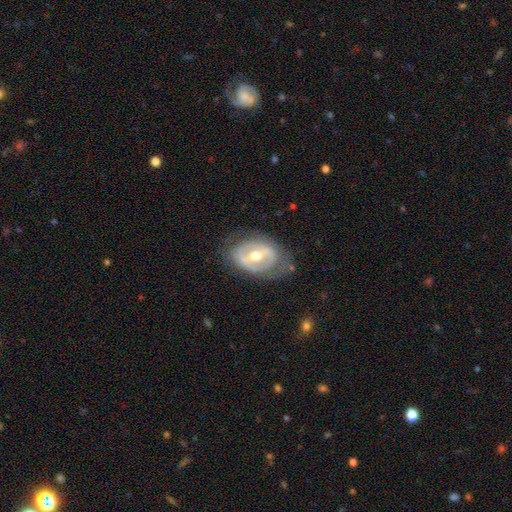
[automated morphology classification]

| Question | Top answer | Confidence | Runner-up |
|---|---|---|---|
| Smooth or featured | featured or disk | 69% | smooth (26%) |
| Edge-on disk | no | 94% | yes (6%) |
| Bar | strong | 35% | tied: weak (35%) |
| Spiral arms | no | 67% | yes (33%) |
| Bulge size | moderate | 75% | small (15%) |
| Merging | none | 69% | minor disturbance (20%) |